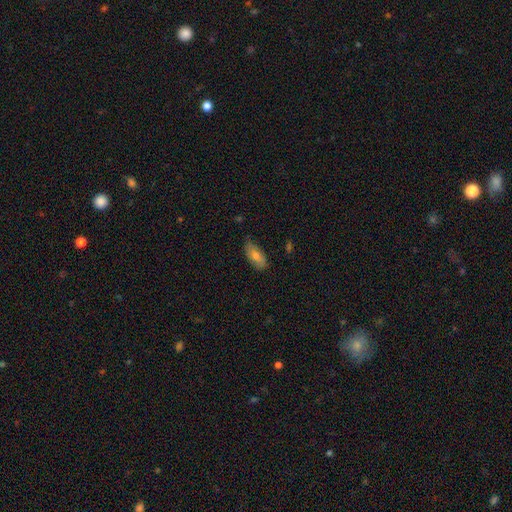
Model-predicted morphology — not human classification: Q: Smooth or featured?
A: smooth (71%); runner-up: featured or disk (22%)
Q: How rounded?
A: in between (87%); runner-up: cigar-shaped (10%)
Q: Merging?
A: none (69%); runner-up: minor disturbance (26%)